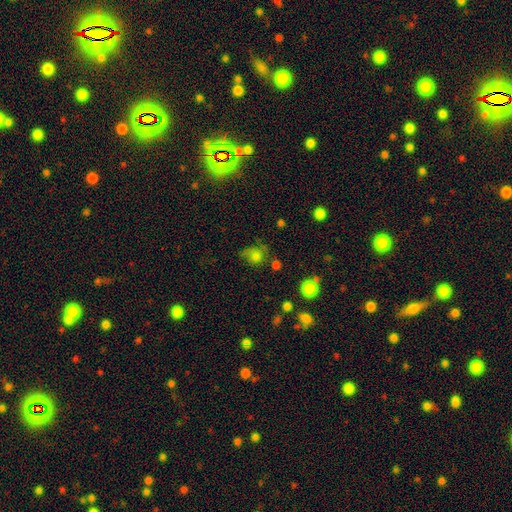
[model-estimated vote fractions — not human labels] smooth 71%, star or artifact 16%, featured or disk 13%. Down the decision tree: how rounded — round (72%); merging — none (47%).